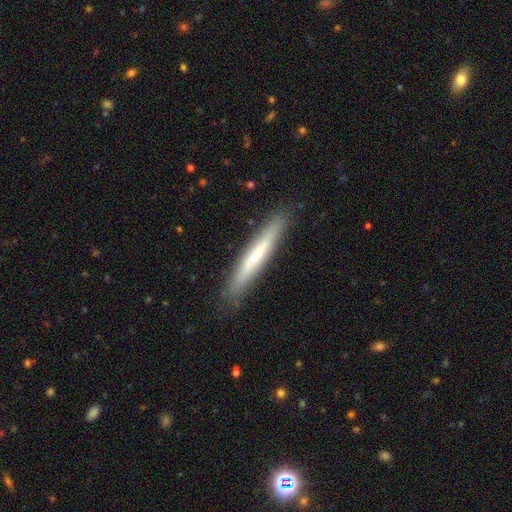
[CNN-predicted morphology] A smooth galaxy with no disk features (54%) that is cigar-shaped (95%).

Vote fractions:
- Smooth or featured? smooth: 54% / featured or disk: 40% / star or artifact: 6%
- How rounded? cigar-shaped: 95% / in between: 4% / round: 1%
- Merging? none: 88% / minor disturbance: 9% / major disturbance: 2% / merger: 1%